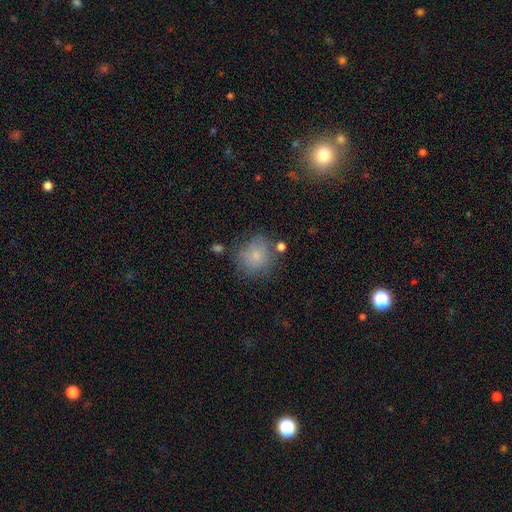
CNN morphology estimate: smooth_or_featured: smooth (p=0.74) [alt: featured or disk p=0.16]
how_rounded: round (p=0.81) [alt: in between p=0.18]
merging: none (p=0.62) [alt: minor disturbance p=0.22]